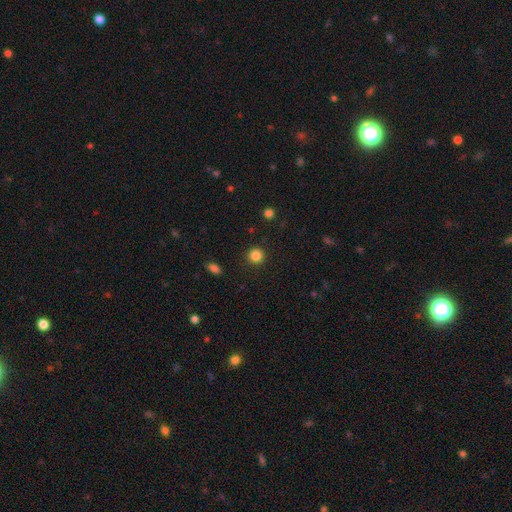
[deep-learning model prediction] Smooth or featured?
  - smooth: 85% *
  - star or artifact: 12%
  - featured or disk: 3%
How rounded?
  - round: 93% *
  - in between: 6%
  - cigar-shaped: 1%
Merging?
  - none: 91% *
  - minor disturbance: 5%
  - major disturbance: 2%
  - merger: 1%